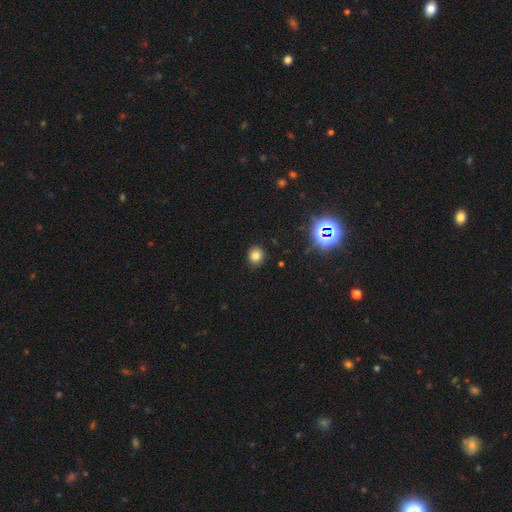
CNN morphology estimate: type=smooth (78%); roundness=round (85%); merging=none (90%).